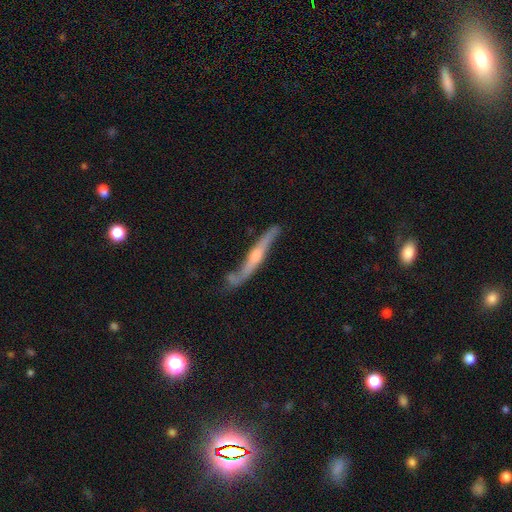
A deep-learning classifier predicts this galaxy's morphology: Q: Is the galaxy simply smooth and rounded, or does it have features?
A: featured or disk — 78%.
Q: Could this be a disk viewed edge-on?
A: yes — 80%.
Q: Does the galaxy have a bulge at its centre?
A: rounded — 79%.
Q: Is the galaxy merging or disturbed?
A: none — 70%.